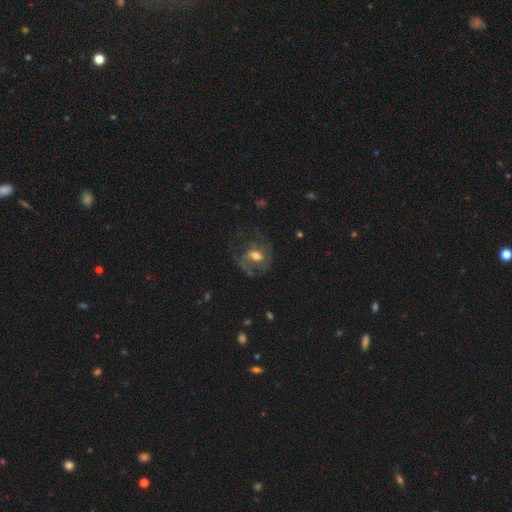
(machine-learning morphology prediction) Smooth or featured: featured or disk — 61% (smooth — 29%)
Edge-on disk: no — 96% (yes — 4%)
Bar: no — 44% (weak — 42%)
Spiral arms: yes — 70% (no — 30%)
Bulge size: moderate — 61% (small — 18%)
Merging: none — 48% (major disturbance — 30%)